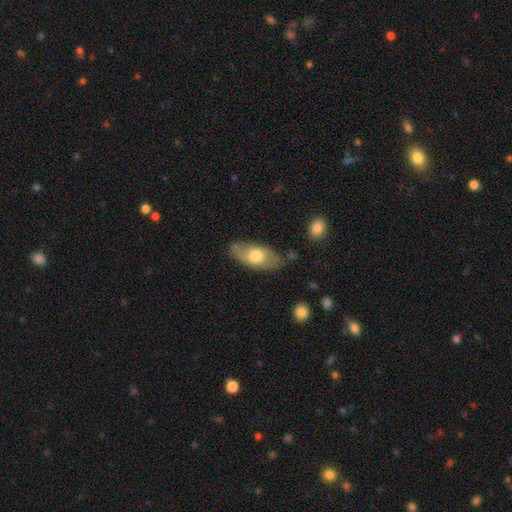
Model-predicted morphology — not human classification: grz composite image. It shows a smooth galaxy with no disk features (65%) that is in between round and cigar-shaped (89%). Merging: none (71%).